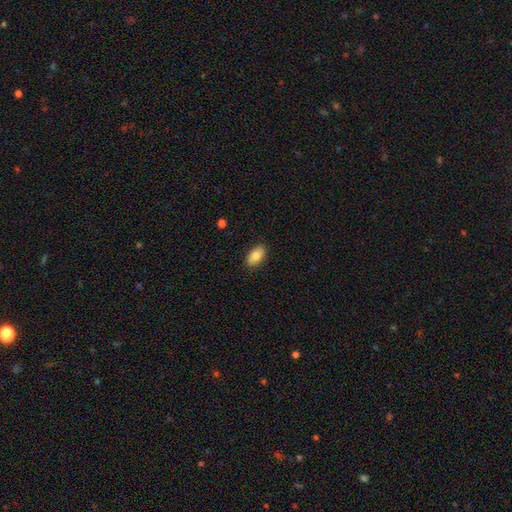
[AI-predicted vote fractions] smooth 82%, featured or disk 11%, star or artifact 7%. Down the decision tree: how rounded — in between (92%); merging — none (87%).